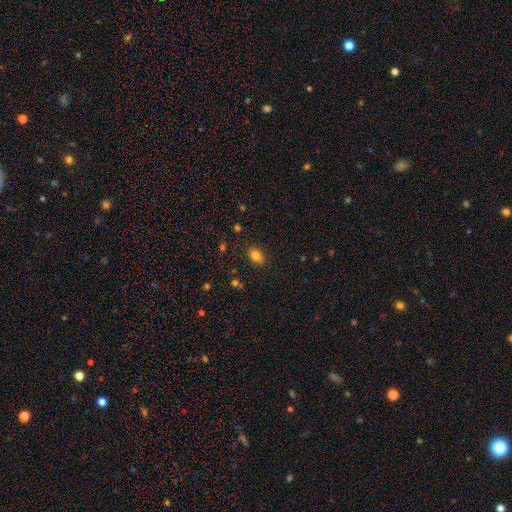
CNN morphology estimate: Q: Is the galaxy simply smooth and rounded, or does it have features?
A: smooth — 82%.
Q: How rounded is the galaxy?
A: in between — 77%.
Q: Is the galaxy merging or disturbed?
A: none — 85%.